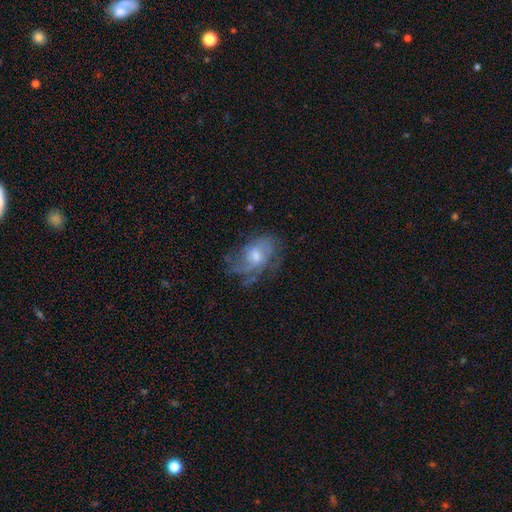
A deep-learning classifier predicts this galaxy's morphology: Overall: featured or disk (65%; smooth 25%). Edge-on disk: no (96%). Bar: no (68%; weak 29%). Spiral arms: yes (76%). Bulge size: moderate (55%; small 33%). Merging: none (51%; minor disturbance 24%).